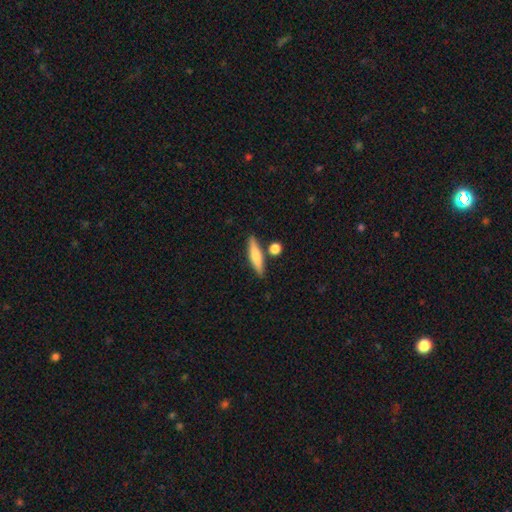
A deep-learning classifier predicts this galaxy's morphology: The model was most divided on "smooth or featured": smooth: 64%, featured or disk: 30%, star or artifact: 6%. More confident: how rounded — cigar-shaped (80%); merging — none (78%).